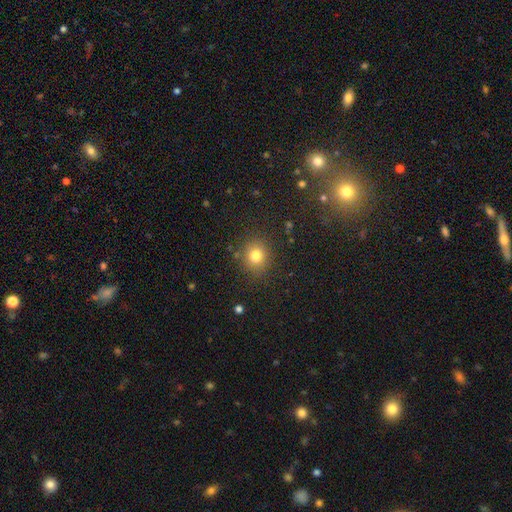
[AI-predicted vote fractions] Smooth or featured? smooth (79%)
How rounded? round (83%)
Merging? none (84%)